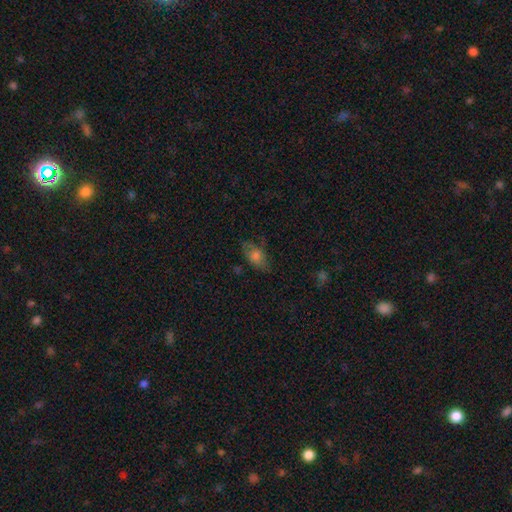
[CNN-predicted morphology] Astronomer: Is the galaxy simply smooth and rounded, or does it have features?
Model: smooth — 67%.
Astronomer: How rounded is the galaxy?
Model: in between — 85%.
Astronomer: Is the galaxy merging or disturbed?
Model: none — 61%.